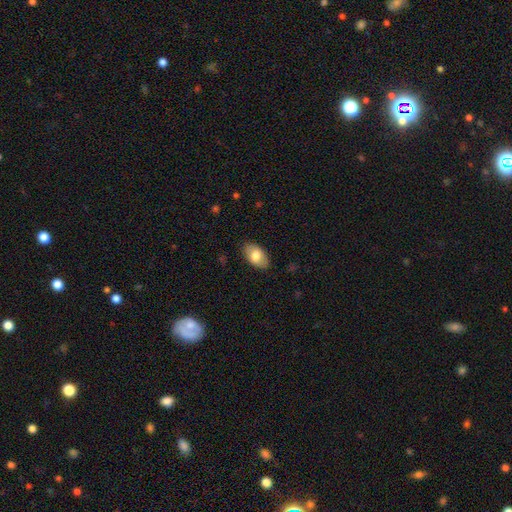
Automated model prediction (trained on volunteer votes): The model was most divided on "smooth or featured": smooth: 76%, featured or disk: 17%, star or artifact: 6%. More confident: how rounded — in between (94%); merging — none (86%).